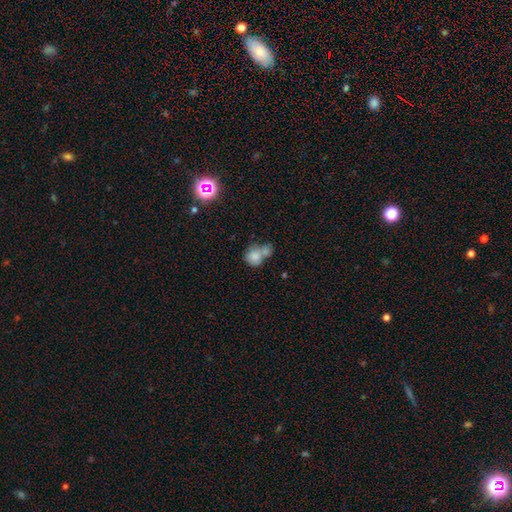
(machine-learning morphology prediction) smooth_or_featured: smooth (p=0.77) [alt: featured or disk p=0.13]
how_rounded: round (p=0.70) [alt: in between p=0.29]
merging: merger (p=0.55) [alt: none p=0.28]